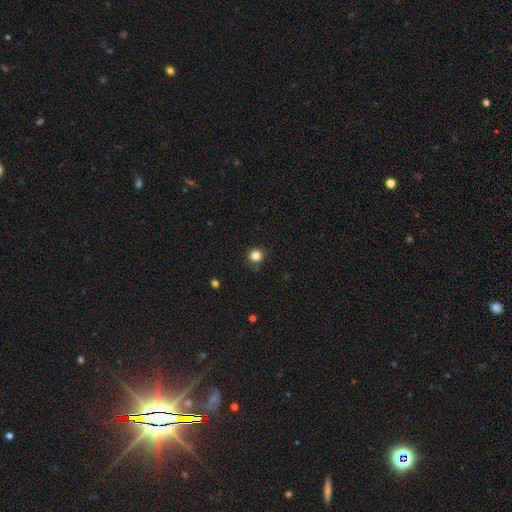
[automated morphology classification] Smooth or featured?
  - smooth: 83% *
  - star or artifact: 13%
  - featured or disk: 4%
How rounded?
  - round: 93% *
  - in between: 6%
  - cigar-shaped: 1%
Merging?
  - none: 87% *
  - minor disturbance: 9%
  - major disturbance: 2%
  - merger: 1%